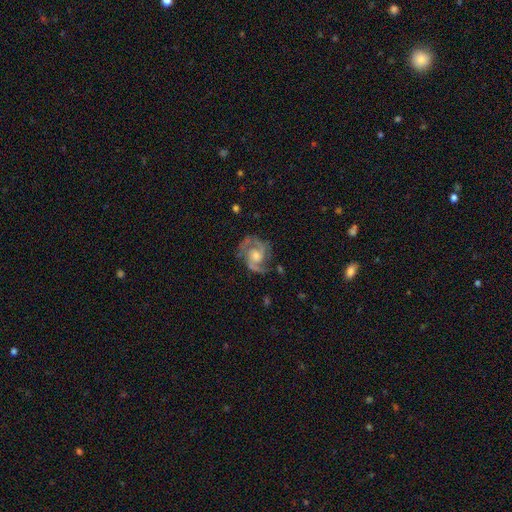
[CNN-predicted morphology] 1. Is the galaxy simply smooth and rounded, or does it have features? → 90% featured or disk, 5% smooth, 5% star or artifact.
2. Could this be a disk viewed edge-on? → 98% no, 2% yes.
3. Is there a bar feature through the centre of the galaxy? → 58% no, 34% weak, 7% strong.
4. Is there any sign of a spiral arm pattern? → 98% yes, 2% no.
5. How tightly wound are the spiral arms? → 54% medium, 34% tight, 11% loose.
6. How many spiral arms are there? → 83% 2, 8% 3, 3% can't tell, 2% 1, 2% 4, 1% more than 4.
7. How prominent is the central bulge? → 57% moderate, 27% small, 9% large, 5% none, 1% dominant.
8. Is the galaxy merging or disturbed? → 77% none, 16% minor disturbance, 6% major disturbance, 2% merger.